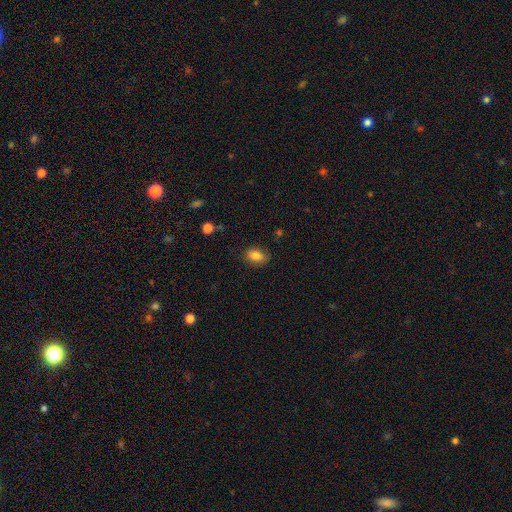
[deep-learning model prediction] Q: Smooth or featured?
A: smooth (82%); runner-up: star or artifact (9%)
Q: How rounded?
A: in between (82%); runner-up: round (16%)
Q: Merging?
A: none (82%); runner-up: minor disturbance (14%)